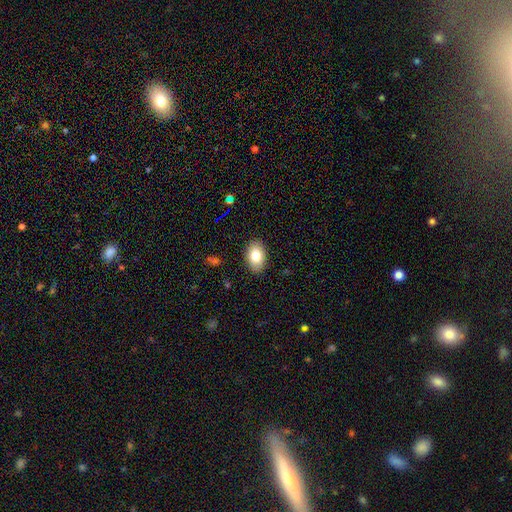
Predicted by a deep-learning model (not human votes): Smooth or featured? Predicted: smooth (p=0.81). How rounded? Predicted: in between (p=0.87). Merging? Predicted: none (p=0.89).